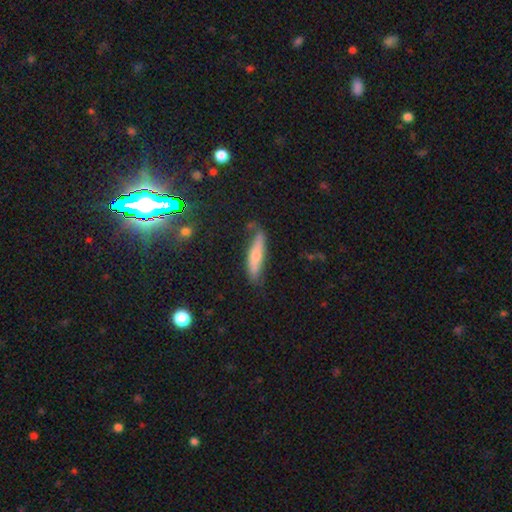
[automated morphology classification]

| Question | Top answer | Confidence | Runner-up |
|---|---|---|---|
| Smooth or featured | smooth | 66% | featured or disk (28%) |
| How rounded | cigar-shaped | 78% | in between (20%) |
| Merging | none | 65% | minor disturbance (25%) |